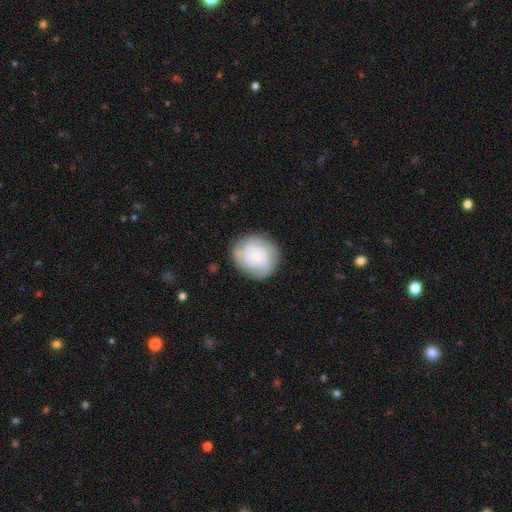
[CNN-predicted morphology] smooth_or_featured: featured or disk (p=0.60) [alt: smooth p=0.32]
disk_edge_on: no (p=0.98) [alt: yes p=0.02]
bar: no (p=0.77) [alt: weak p=0.20]
has_spiral_arms: yes (p=0.90) [alt: no p=0.10]
spiral_winding: tight (p=0.69) [alt: medium p=0.25]
spiral_arm_count: can't tell (p=0.37) [alt: 2 p=0.24]
bulge_size: small (p=0.56) [alt: none p=0.18]
merging: none (p=0.77) [alt: minor disturbance p=0.16]